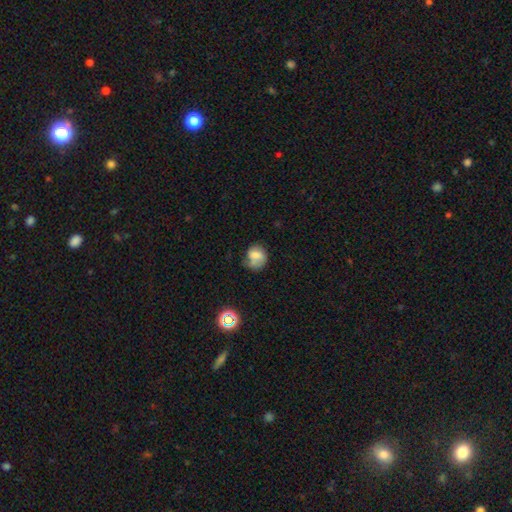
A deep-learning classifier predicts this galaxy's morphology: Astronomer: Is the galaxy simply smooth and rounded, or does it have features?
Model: smooth — 64%.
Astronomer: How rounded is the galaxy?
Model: round — 68%.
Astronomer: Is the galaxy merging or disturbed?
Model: none — 45% (runner-up: minor disturbance, 31%).